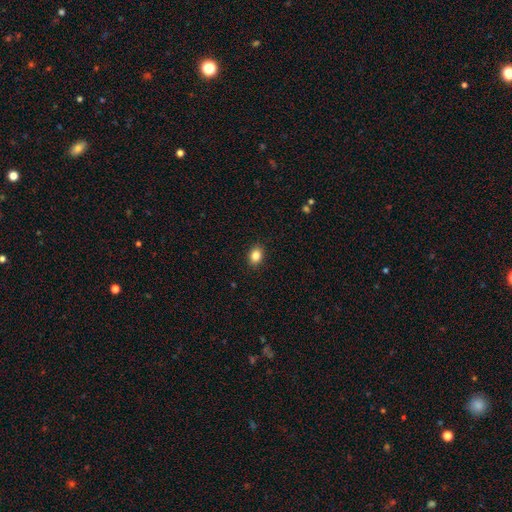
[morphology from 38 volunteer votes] Smooth or featured: smooth — 92% (featured or disk — 5%)
How rounded: in between — 77% (round — 23%)
Merging: none — 97% (minor disturbance — 3%)